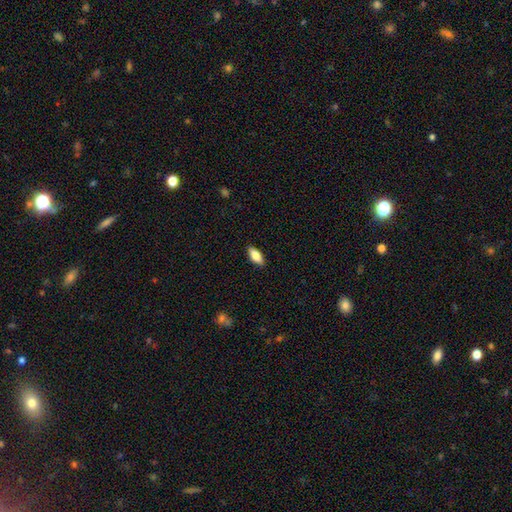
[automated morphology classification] This is clearly a smooth galaxy (81%). How rounded: clearly in between (81%). Merging: clearly none (89%).